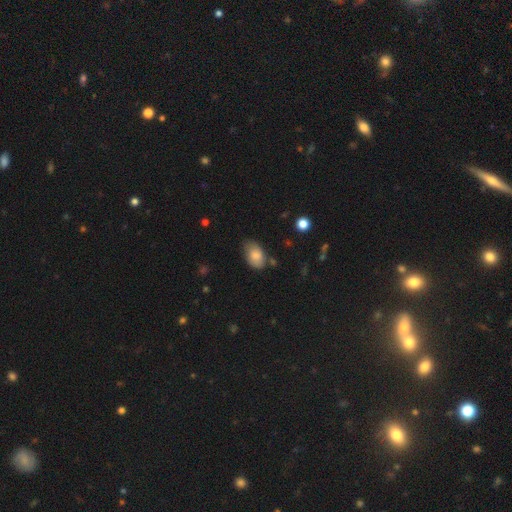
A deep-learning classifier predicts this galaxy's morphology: type=smooth (80%); roundness=in between (91%); merging=none (64%).